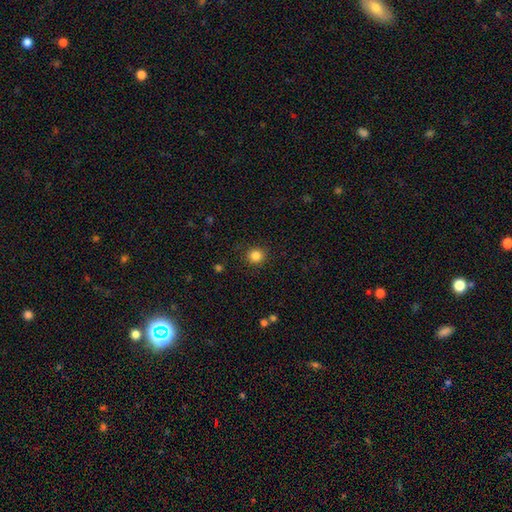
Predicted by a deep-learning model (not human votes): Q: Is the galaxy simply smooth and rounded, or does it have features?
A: smooth — 85%.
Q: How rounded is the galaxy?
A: round — 90%.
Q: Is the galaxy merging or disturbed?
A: none — 90%.